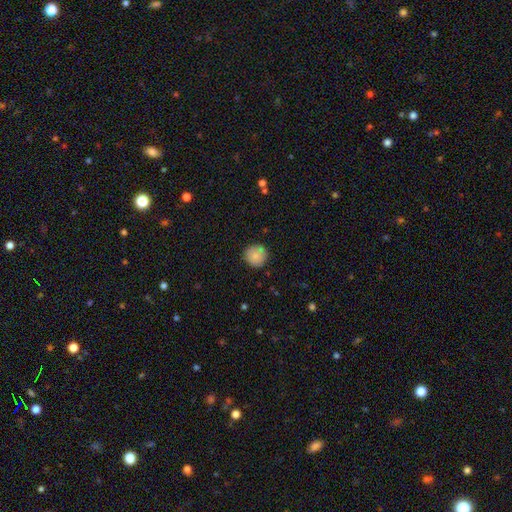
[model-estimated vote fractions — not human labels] Morphology: type=smooth (85%); roundness=round (94%); merging=none (85%).